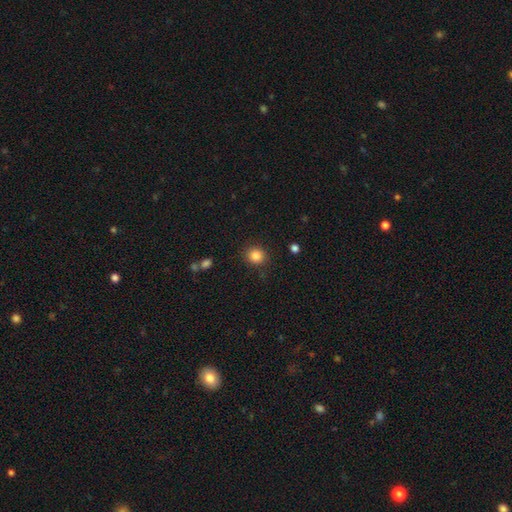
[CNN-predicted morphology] smooth_or_featured: smooth (p=0.86) [alt: star or artifact p=0.10]
how_rounded: round (p=0.86) [alt: in between p=0.13]
merging: none (p=0.88) [alt: minor disturbance p=0.08]